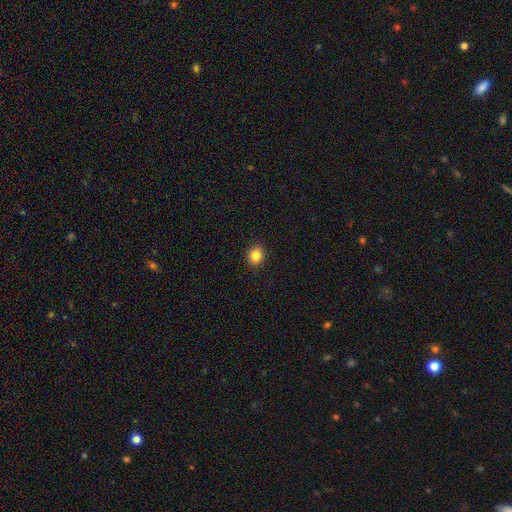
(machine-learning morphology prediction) smooth_or_featured: smooth (p=0.84) [alt: star or artifact p=0.10]
how_rounded: round (p=0.68) [alt: in between p=0.31]
merging: none (p=0.91) [alt: minor disturbance p=0.06]